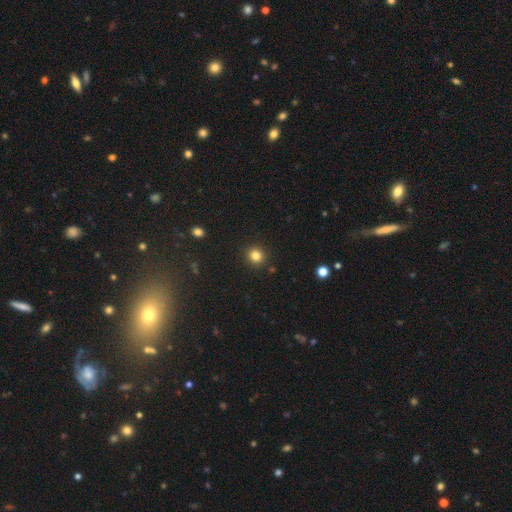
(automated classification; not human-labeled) Smooth or featured? Predicted: smooth (p=0.83). How rounded? Predicted: round (p=0.88). Merging? Predicted: none (p=0.90).